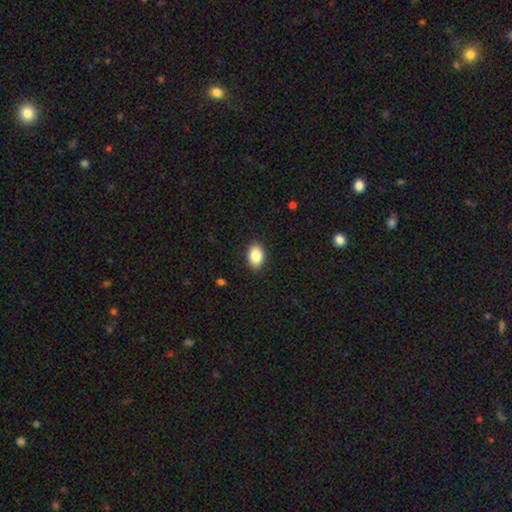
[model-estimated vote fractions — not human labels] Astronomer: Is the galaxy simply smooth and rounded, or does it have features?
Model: smooth — 86%.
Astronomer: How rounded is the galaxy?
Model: in between — 83%.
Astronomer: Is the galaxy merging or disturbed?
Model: none — 90%.